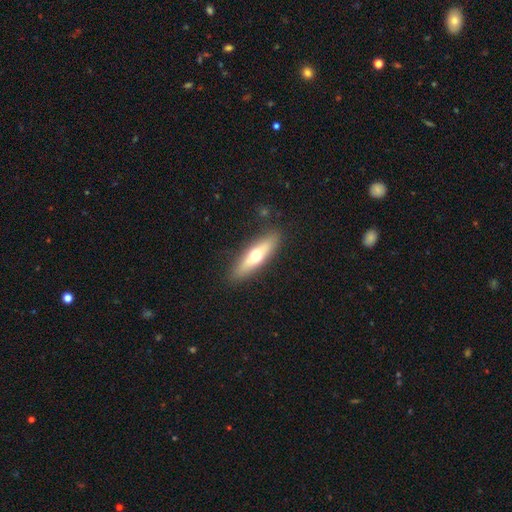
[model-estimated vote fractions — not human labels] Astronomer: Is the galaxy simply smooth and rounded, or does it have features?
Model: smooth — 50% (runner-up: featured or disk, 44%).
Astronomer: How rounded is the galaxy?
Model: cigar-shaped — 66%.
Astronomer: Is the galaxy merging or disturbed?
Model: none — 87%.